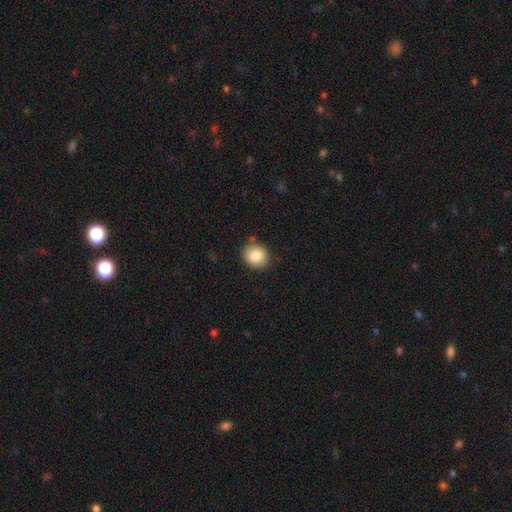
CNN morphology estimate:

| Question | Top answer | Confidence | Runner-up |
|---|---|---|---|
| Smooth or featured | smooth | 83% | star or artifact (9%) |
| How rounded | round | 75% | in between (24%) |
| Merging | none | 82% | minor disturbance (12%) |